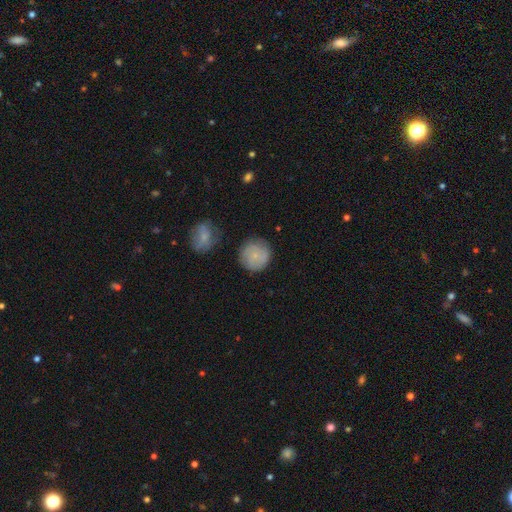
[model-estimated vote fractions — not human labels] The model was most divided on "smooth or featured": smooth: 67%, featured or disk: 26%, star or artifact: 7%. More confident: how rounded — round (92%); merging — none (80%).